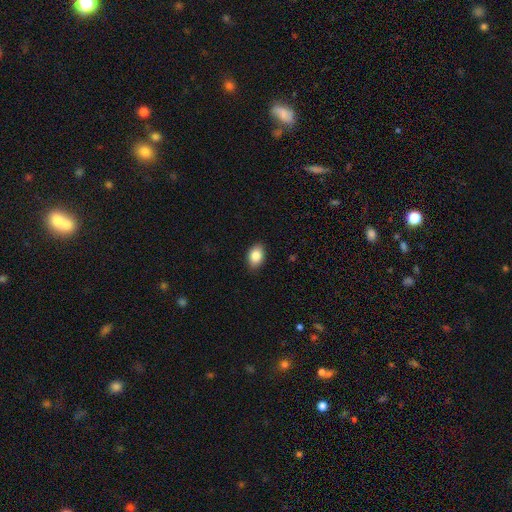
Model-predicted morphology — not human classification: Smooth or featured? Predicted: smooth (p=0.85). How rounded? Predicted: in between (p=0.85). Merging? Predicted: none (p=0.87).